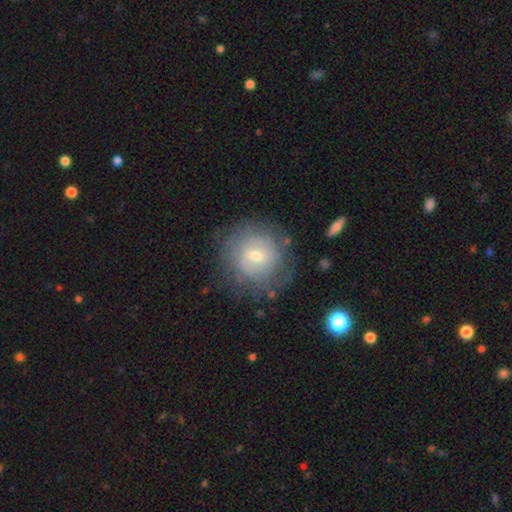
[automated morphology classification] type=featured or disk (61%); edge-on=no (97%); bar=no (51%); spiral arms=yes (77%); bulge=small (59%); merging=none (73%).